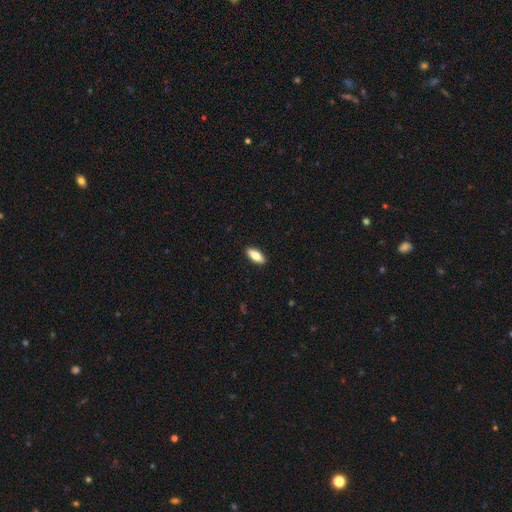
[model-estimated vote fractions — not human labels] Smooth or featured? smooth (77%)
How rounded? in between (76%)
Merging? none (90%)